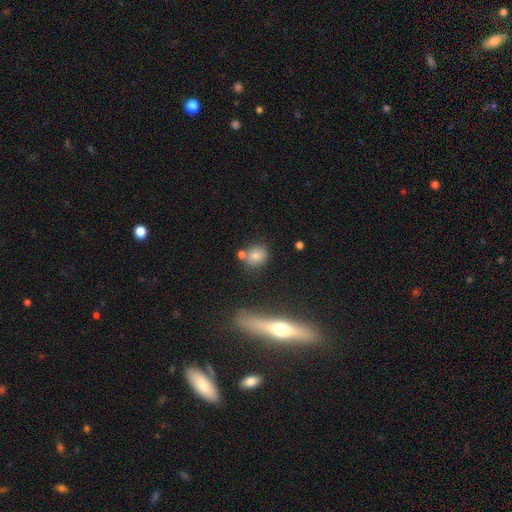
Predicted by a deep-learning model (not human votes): Smooth or featured?
  - smooth: 75% *
  - star or artifact: 13%
  - featured or disk: 12%
How rounded?
  - round: 73% *
  - in between: 26%
  - cigar-shaped: 2%
Merging?
  - none: 67% *
  - merger: 17%
  - minor disturbance: 12%
  - major disturbance: 4%